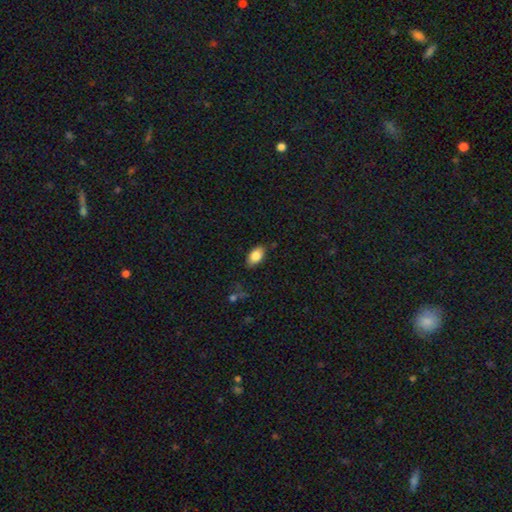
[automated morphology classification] Overall: smooth (82%). How rounded: in between (91%). Merging: none (81%).